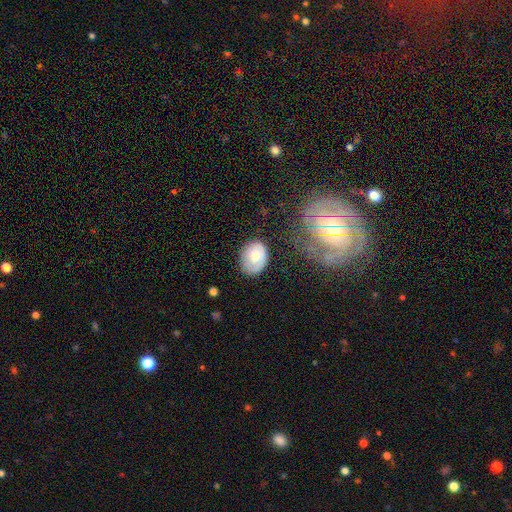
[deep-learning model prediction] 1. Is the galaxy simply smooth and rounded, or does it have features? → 68% smooth, 25% featured or disk, 7% star or artifact.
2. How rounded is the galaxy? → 63% in between, 36% round, 1% cigar-shaped.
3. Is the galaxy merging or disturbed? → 72% none, 21% minor disturbance, 5% major disturbance, 2% merger.